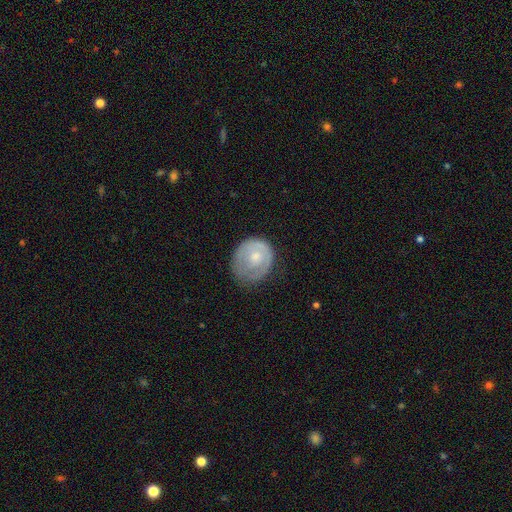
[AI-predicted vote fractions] Smooth or featured?
  - smooth: 53% *
  - featured or disk: 41%
  - star or artifact: 5%
How rounded?
  - round: 74% *
  - in between: 25%
  - cigar-shaped: 1%
Merging?
  - none: 56% *
  - minor disturbance: 28%
  - major disturbance: 15%
  - merger: 2%